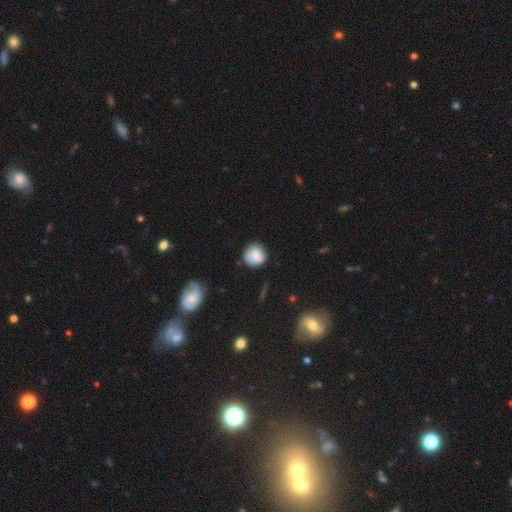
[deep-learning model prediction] Q: Smooth or featured?
A: smooth (74%); runner-up: featured or disk (17%)
Q: How rounded?
A: round (89%); runner-up: in between (10%)
Q: Merging?
A: none (74%); runner-up: minor disturbance (19%)